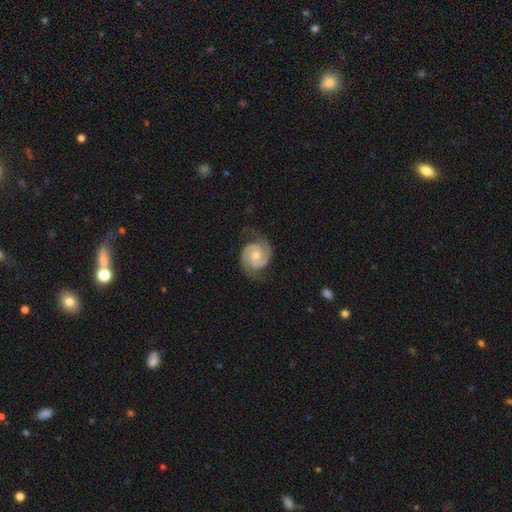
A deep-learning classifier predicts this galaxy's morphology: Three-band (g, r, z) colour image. It shows a featured or disk galaxy (90%) with no bar (59%), 2 (93%) tight (47%) spiral arms (98%) and a moderate central bulge (55%). Merging: none (78%).